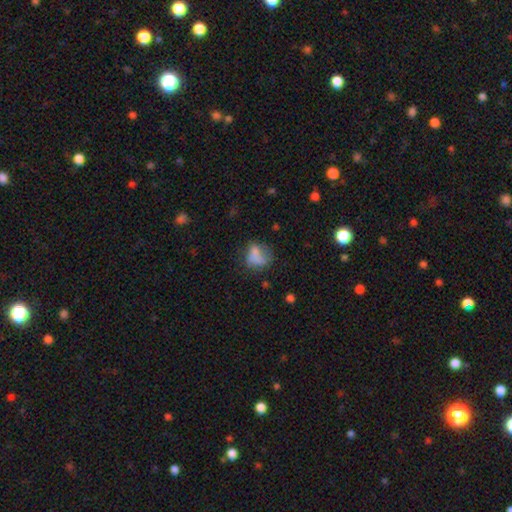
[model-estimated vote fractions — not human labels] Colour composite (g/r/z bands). It shows a smooth galaxy with no disk features (67%) that is in between round and cigar-shaped (57%). Merging: none (34%).